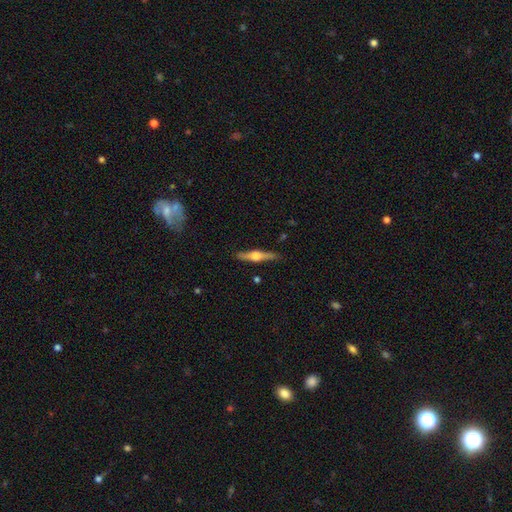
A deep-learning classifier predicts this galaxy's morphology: smooth_or_featured: featured or disk (p=0.73) [alt: smooth p=0.22]
disk_edge_on: yes (p=0.98) [alt: no p=0.02]
edge_on_bulge: rounded (p=0.93) [alt: boxy p=0.05]
merging: none (p=0.88) [alt: minor disturbance p=0.09]